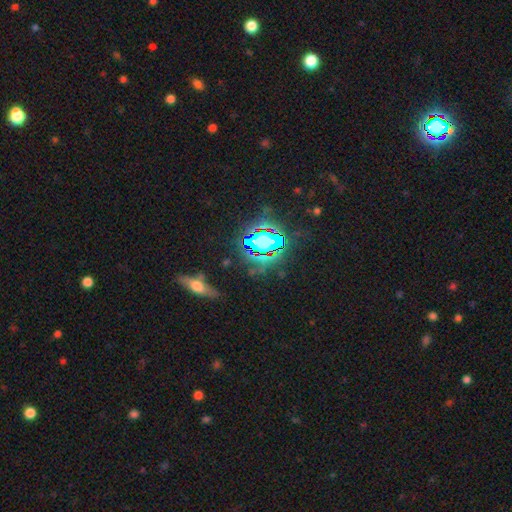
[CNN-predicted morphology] Q: Smooth or featured?
A: star or artifact (68%); runner-up: featured or disk (17%)